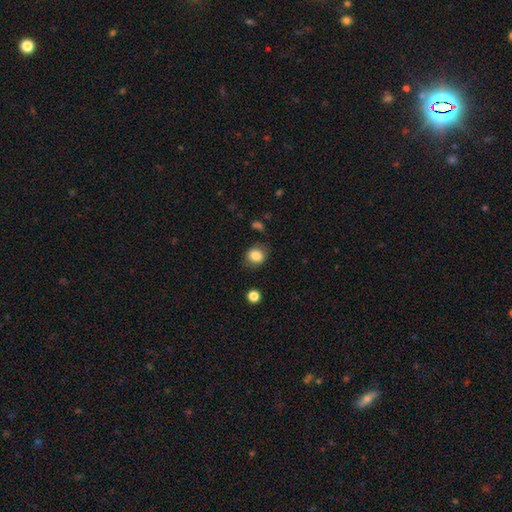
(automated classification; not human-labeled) Q: Smooth or featured?
A: smooth (83%); runner-up: star or artifact (10%)
Q: How rounded?
A: round (69%); runner-up: in between (30%)
Q: Merging?
A: none (79%); runner-up: minor disturbance (15%)